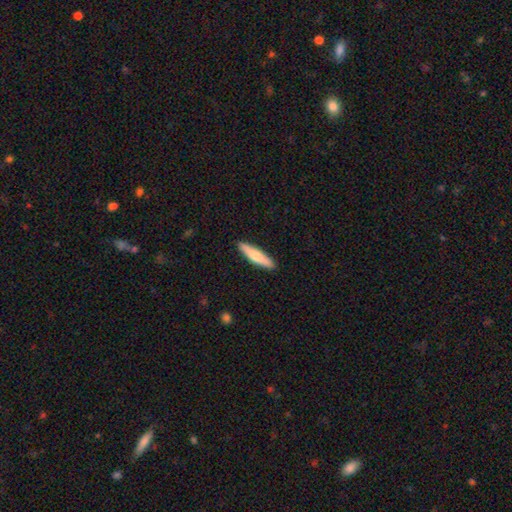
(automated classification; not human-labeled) This is likely a smooth galaxy (64%). How rounded: clearly cigar-shaped (82%). Merging: clearly none (90%).